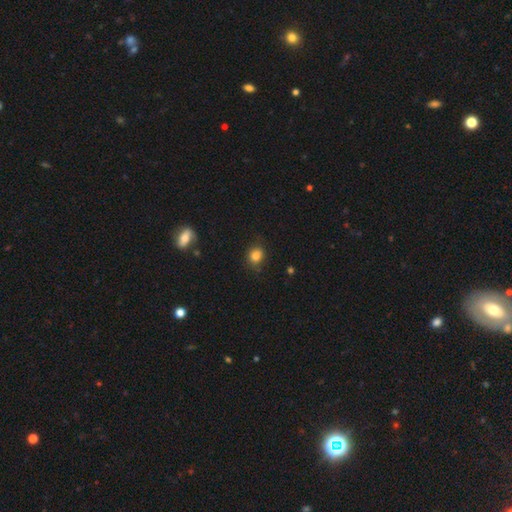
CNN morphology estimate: A smooth galaxy with no disk features (83%) that is round (66%). Merging: none (78%).